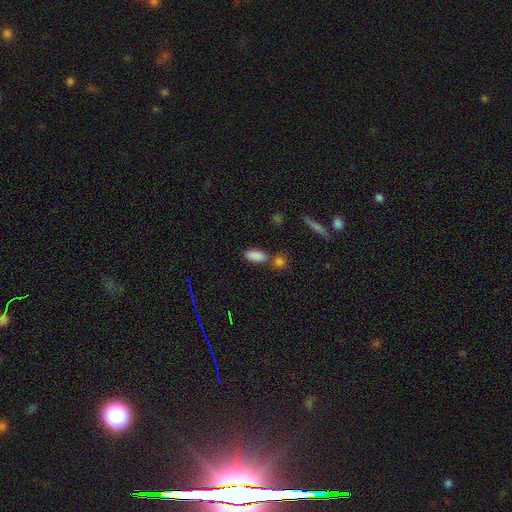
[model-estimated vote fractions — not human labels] This is clearly a smooth galaxy (86%). How rounded: clearly in between (88%). Merging: likely none (65%).